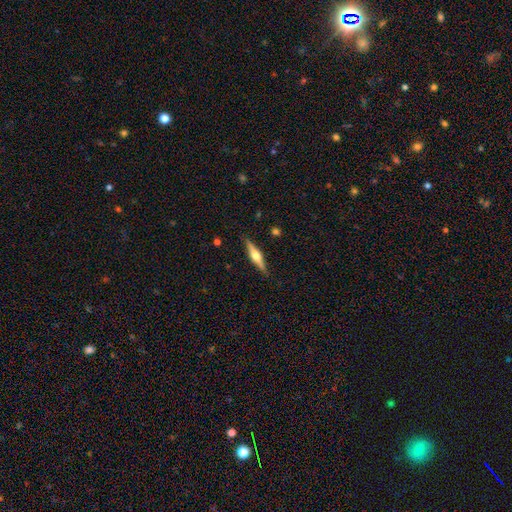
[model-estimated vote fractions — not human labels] Q: Smooth or featured?
A: featured or disk (70%); runner-up: smooth (25%)
Q: Edge-on disk?
A: yes (98%); runner-up: no (2%)
Q: Edge-on bulge?
A: rounded (93%); runner-up: boxy (5%)
Q: Merging?
A: none (89%); runner-up: minor disturbance (8%)